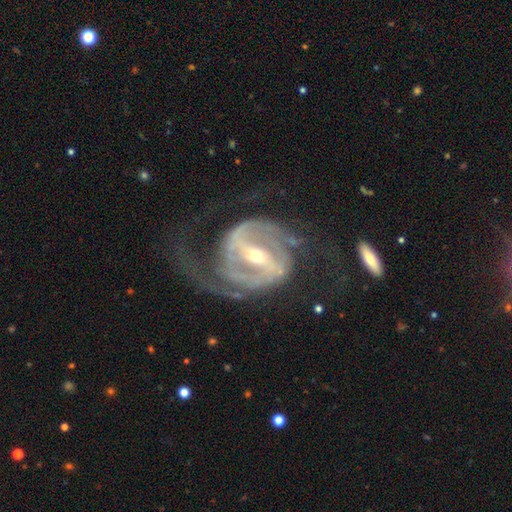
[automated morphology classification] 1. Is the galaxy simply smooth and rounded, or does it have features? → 92% featured or disk, 5% star or artifact, 4% smooth.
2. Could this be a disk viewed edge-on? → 97% no, 3% yes.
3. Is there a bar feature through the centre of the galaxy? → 67% strong, 26% weak, 7% no.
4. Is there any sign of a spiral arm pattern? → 97% yes, 3% no.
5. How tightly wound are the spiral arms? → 52% medium, 29% tight, 20% loose.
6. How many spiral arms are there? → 85% 2, 5% 1, 4% can't tell, 3% 3, 1% 4, 1% more than 4.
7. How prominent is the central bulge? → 51% small, 45% moderate, 2% large, 1% none, 1% dominant.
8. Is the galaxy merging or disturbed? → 58% none, 23% major disturbance, 16% minor disturbance, 3% merger.